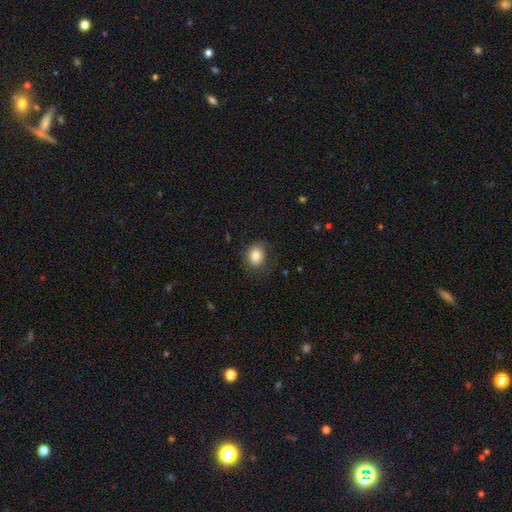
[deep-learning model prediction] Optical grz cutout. It shows a smooth galaxy with no disk features (83%) that is round (52%). Merging: none (79%).